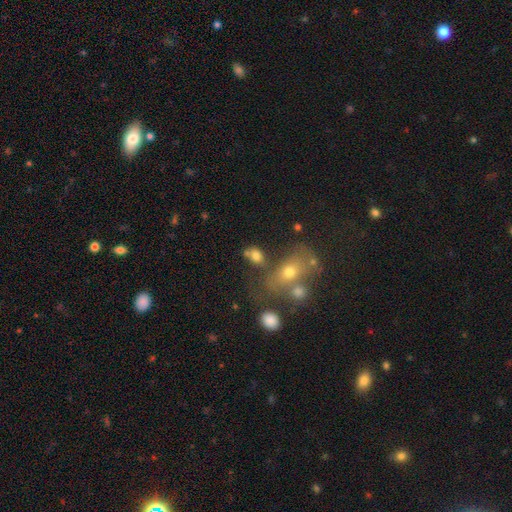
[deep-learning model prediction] A smooth galaxy with no disk features (73%) that is in between round and cigar-shaped (75%). Merging: none (44%).